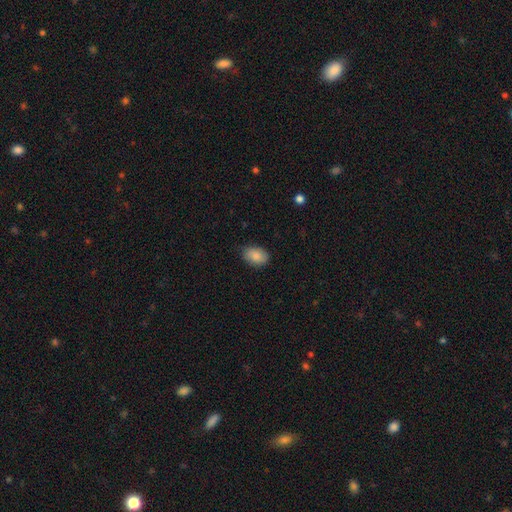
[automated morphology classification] A smooth galaxy with no disk features (87%) that is in between round and cigar-shaped (86%). Merging: none (80%).